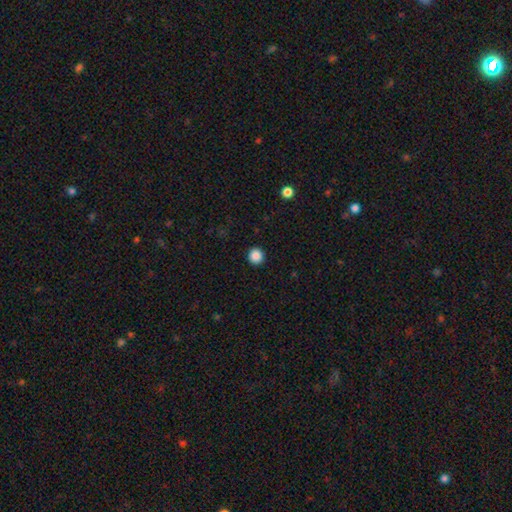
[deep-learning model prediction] Morphology: type=smooth (87%); roundness=round (95%); merging=none (93%).